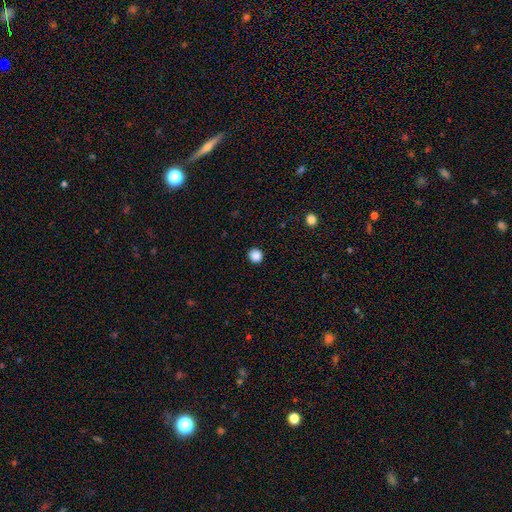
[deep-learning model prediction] Overall: smooth (87%). How rounded: round (93%). Merging: none (93%).